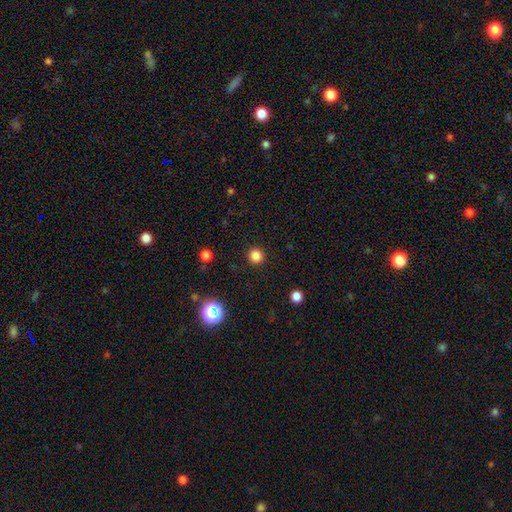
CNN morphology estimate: smooth_or_featured: smooth (p=0.82) [alt: star or artifact p=0.14]
how_rounded: round (p=0.94) [alt: in between p=0.06]
merging: none (p=0.92) [alt: minor disturbance p=0.05]